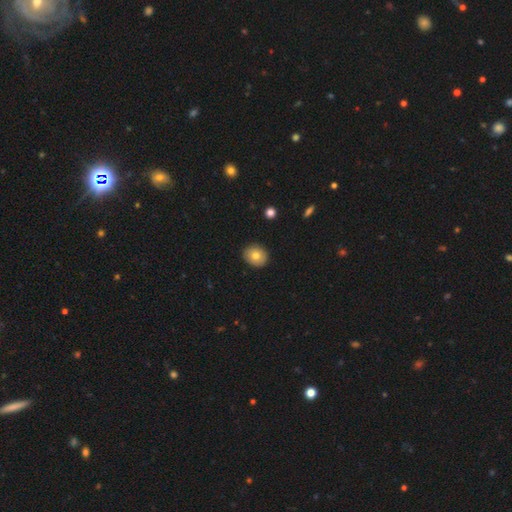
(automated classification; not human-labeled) Smooth or featured: smooth — 77% (featured or disk — 15%)
How rounded: round — 62% (in between — 37%)
Merging: none — 90% (minor disturbance — 8%)